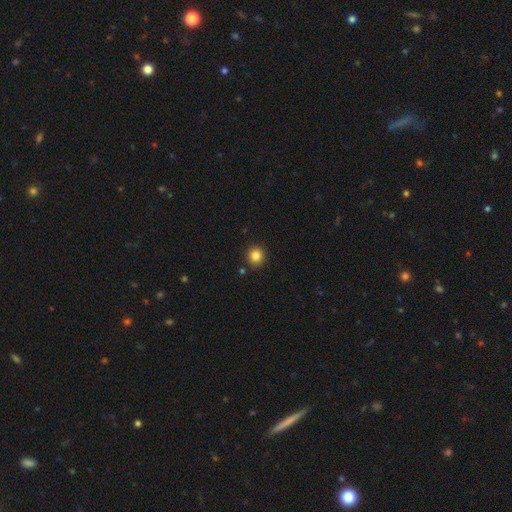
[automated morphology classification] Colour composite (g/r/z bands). It shows a smooth galaxy with no disk features (85%) that is round (92%). Merging: none (90%).